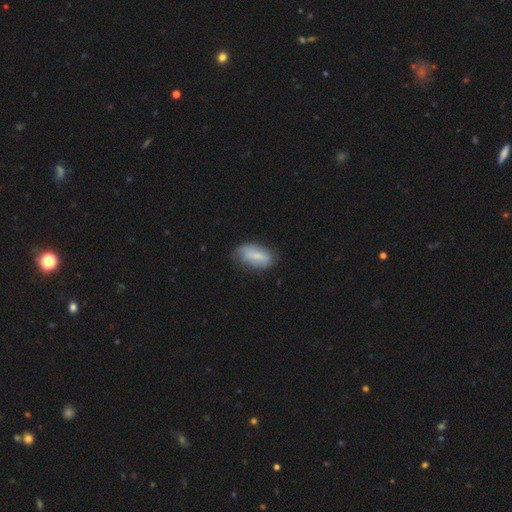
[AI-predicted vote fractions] smooth 71%, featured or disk 22%, star or artifact 7%. Down the decision tree: how rounded — in between (89%); merging — none (54%).